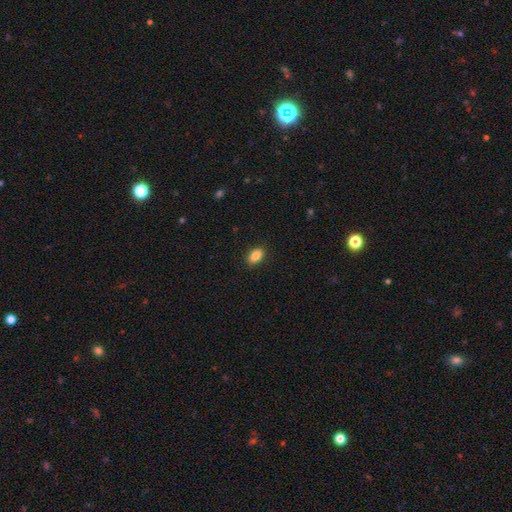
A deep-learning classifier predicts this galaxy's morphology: This is clearly a smooth galaxy (87%). How rounded: clearly in between (89%). Merging: clearly none (89%).